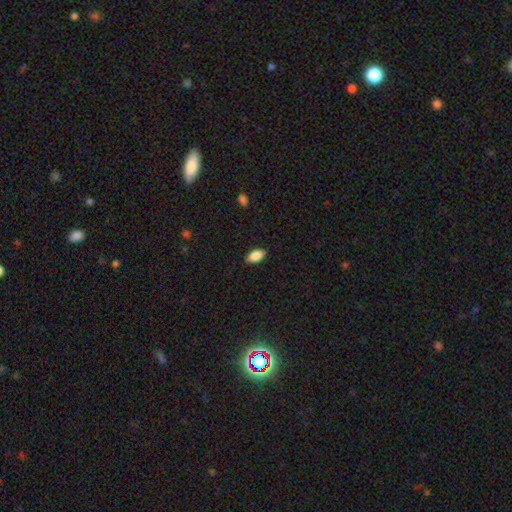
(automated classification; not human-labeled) Smooth or featured? Predicted: smooth (p=0.85). How rounded? Predicted: in between (p=0.93). Merging? Predicted: none (p=0.85).